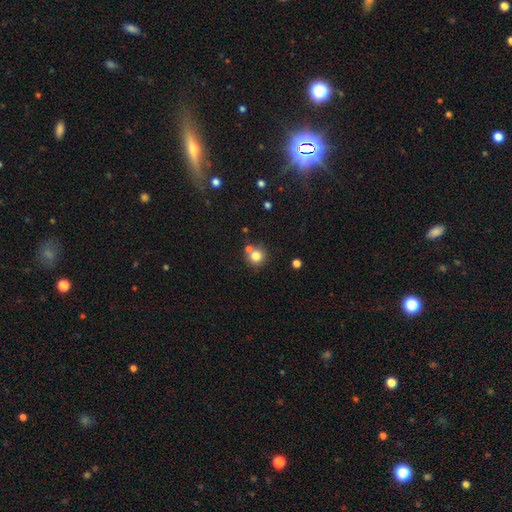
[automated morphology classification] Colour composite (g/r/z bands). It shows a smooth galaxy with no disk features (79%) that is round (92%). Merging: none (66%).